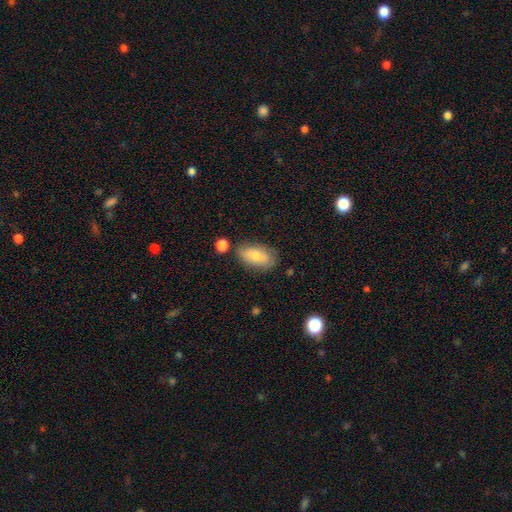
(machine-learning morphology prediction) A smooth galaxy with no disk features (74%) that is in between round and cigar-shaped (92%).

Vote fractions:
- Smooth or featured? smooth: 74% / featured or disk: 18% / star or artifact: 7%
- How rounded? in between: 92% / round: 5% / cigar-shaped: 4%
- Merging? none: 73% / minor disturbance: 18% / major disturbance: 5% / merger: 4%